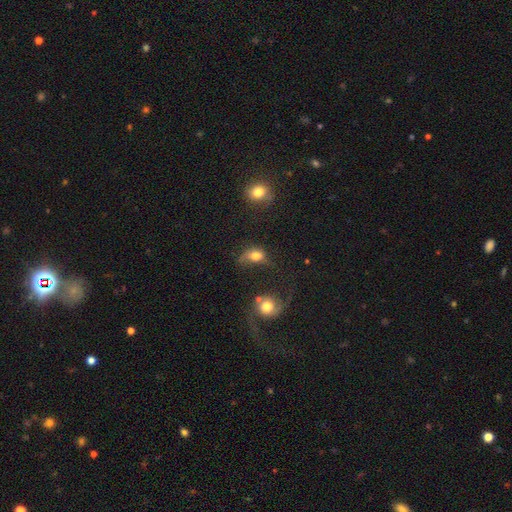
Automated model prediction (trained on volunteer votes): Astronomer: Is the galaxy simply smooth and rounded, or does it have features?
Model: smooth — 68%.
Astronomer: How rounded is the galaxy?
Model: in between — 60% (runner-up: round, 38%).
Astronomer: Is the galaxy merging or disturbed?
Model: major disturbance — 31% (runner-up: none, 30%).